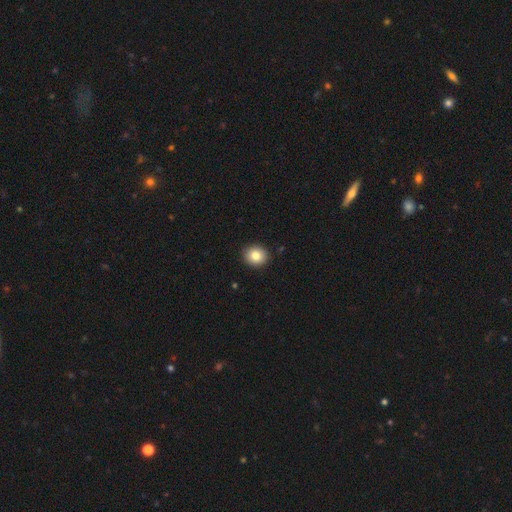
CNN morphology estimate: Smooth or featured? smooth (83%)
How rounded? round (80%)
Merging? none (91%)